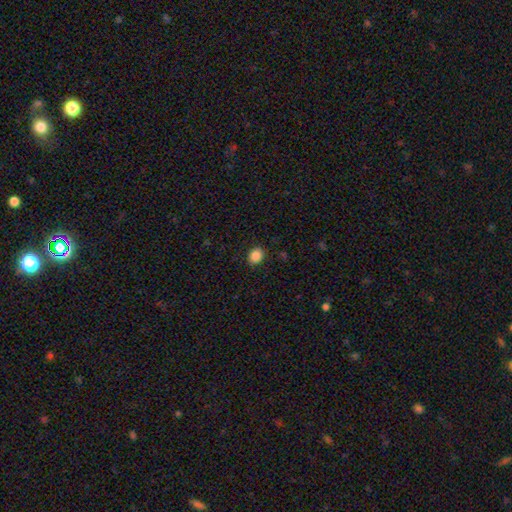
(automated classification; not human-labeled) Q: Smooth or featured?
A: smooth (86%); runner-up: star or artifact (10%)
Q: How rounded?
A: round (60%); runner-up: in between (39%)
Q: Merging?
A: none (89%); runner-up: minor disturbance (8%)